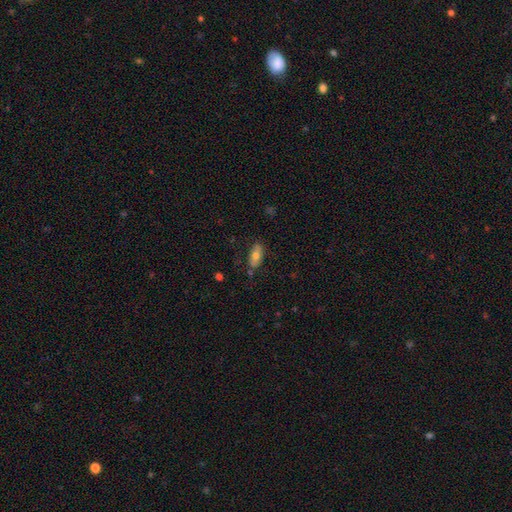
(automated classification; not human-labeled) smooth-or-featured: smooth: 69% | featured or disk: 24% | star or artifact: 7%
  how-rounded: in between: 87% | cigar-shaped: 9% | round: 4%
  merging: none: 77% | minor disturbance: 16% | major disturbance: 4% | merger: 3%